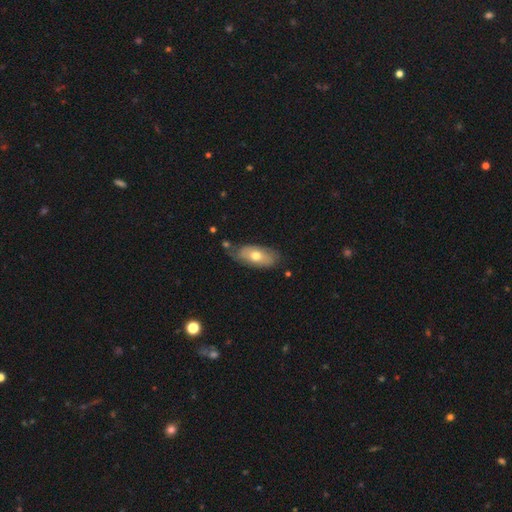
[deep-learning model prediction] smooth_or_featured: smooth (p=0.57) [alt: featured or disk p=0.37]
how_rounded: in between (p=0.88) [alt: cigar-shaped p=0.08]
merging: none (p=0.63) [alt: minor disturbance p=0.26]